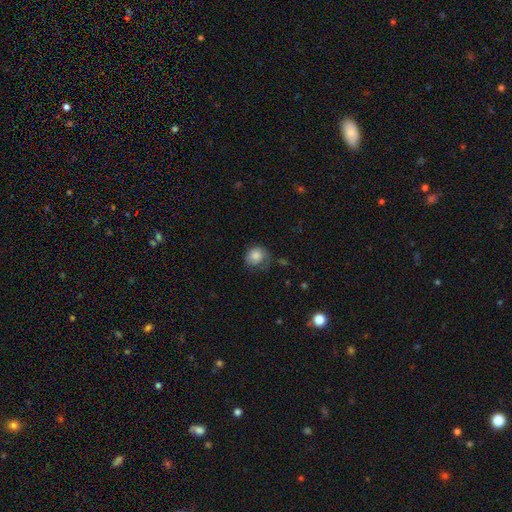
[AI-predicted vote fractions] A smooth galaxy with no disk features (73%) that is round (76%).

Vote fractions:
- Smooth or featured? smooth: 73% / featured or disk: 19% / star or artifact: 8%
- How rounded? round: 76% / in between: 23% / cigar-shaped: 1%
- Merging? none: 47% / minor disturbance: 28% / major disturbance: 23% / merger: 2%